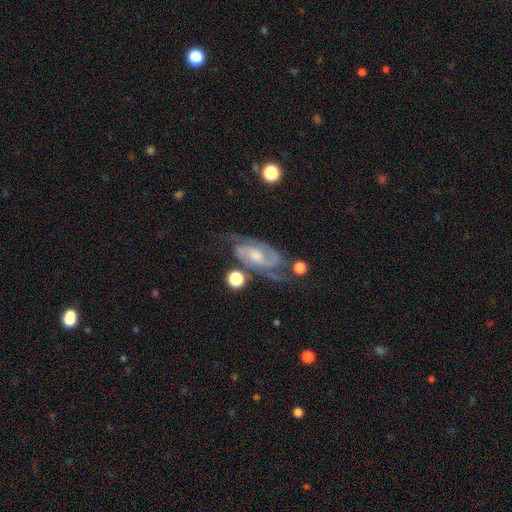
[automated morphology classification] type=featured or disk (89%); edge-on=no (96%); bar=no (49%); spiral arms=yes (98%); winding=tight (47%); arm count=2 (87%); bulge=small (44%, tied with moderate); merging=none (69%).